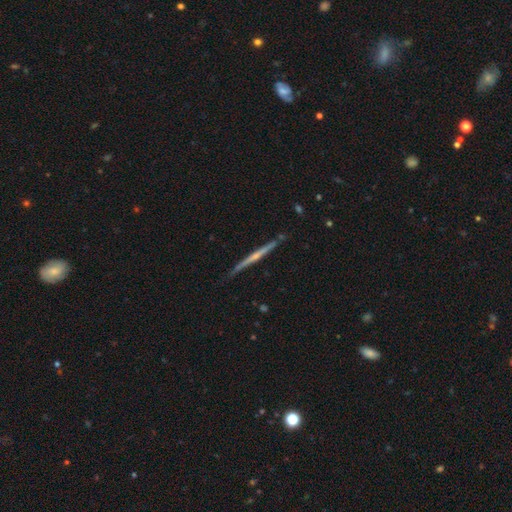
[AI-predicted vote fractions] This appears to be a featured or disk galaxy (72%) viewed edge-on (98%) with a rounded central bulge (47%). Merging: none (86%).